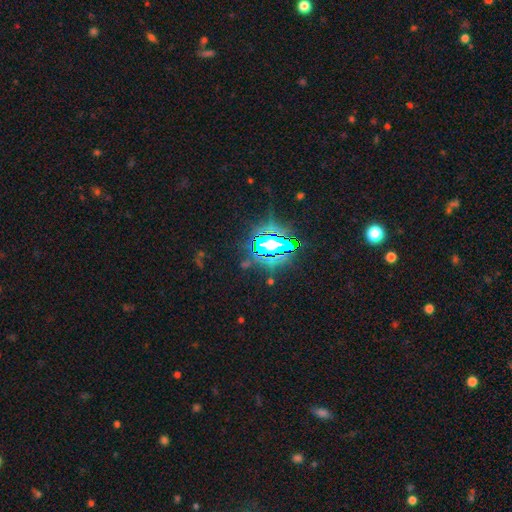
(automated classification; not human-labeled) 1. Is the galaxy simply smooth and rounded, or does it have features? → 83% star or artifact, 10% smooth, 7% featured or disk.